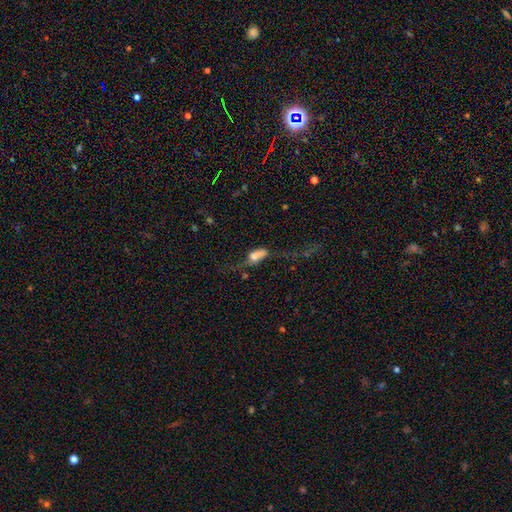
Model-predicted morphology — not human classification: smooth_or_featured: smooth (p=0.48) [alt: featured or disk p=0.40]
merging: major disturbance (p=0.43) [alt: none p=0.22]